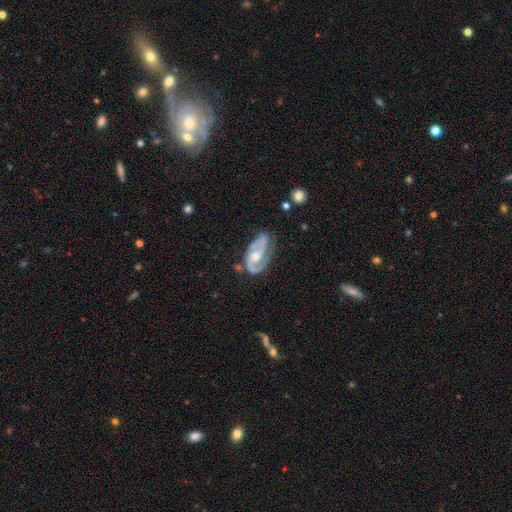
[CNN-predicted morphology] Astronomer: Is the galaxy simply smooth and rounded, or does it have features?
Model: featured or disk — 85%.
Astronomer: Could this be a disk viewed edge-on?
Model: no — 96%.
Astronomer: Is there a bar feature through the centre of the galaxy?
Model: no — 56% (runner-up: weak, 34%).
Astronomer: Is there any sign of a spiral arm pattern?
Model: yes — 95%.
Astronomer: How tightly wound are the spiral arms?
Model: medium — 50% (runner-up: tight, 29%).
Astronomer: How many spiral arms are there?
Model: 2 — 79%.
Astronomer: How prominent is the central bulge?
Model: moderate — 60%.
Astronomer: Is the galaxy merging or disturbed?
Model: none — 53%.